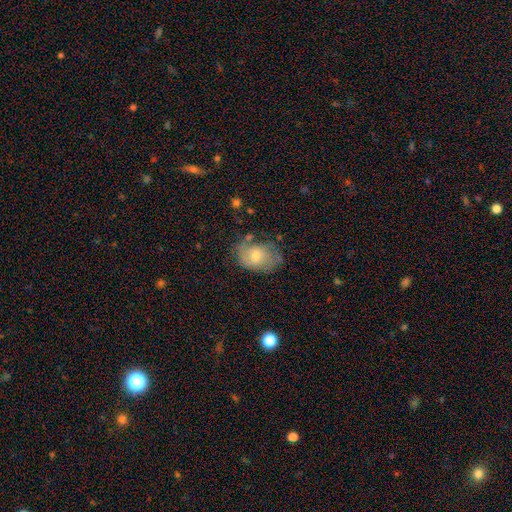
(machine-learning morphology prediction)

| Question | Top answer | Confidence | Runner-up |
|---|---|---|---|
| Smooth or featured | smooth | 56% | featured or disk (35%) |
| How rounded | in between | 76% | round (23%) |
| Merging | none | 56% | minor disturbance (29%) |